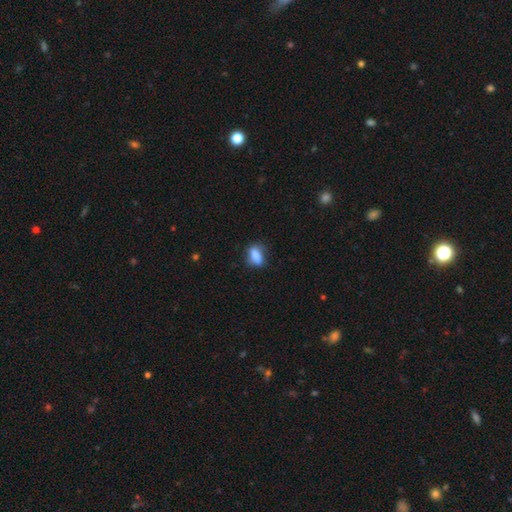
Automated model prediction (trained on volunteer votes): Smooth or featured: smooth — 83% (featured or disk — 9%)
How rounded: in between — 81% (round — 12%)
Merging: none — 64% (minor disturbance — 26%)